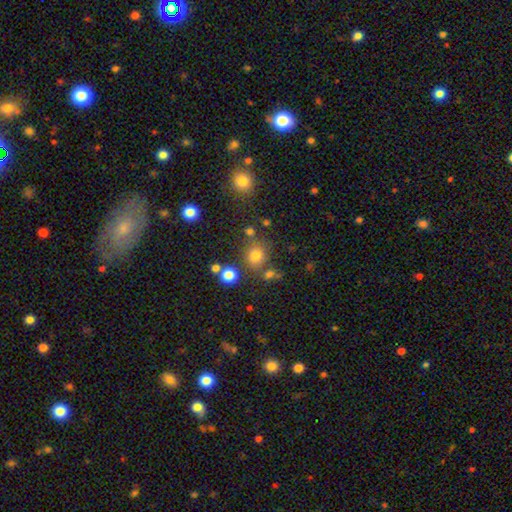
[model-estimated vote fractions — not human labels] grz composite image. It shows a smooth galaxy with no disk features (75%) that is round (82%). Merging: none (72%).